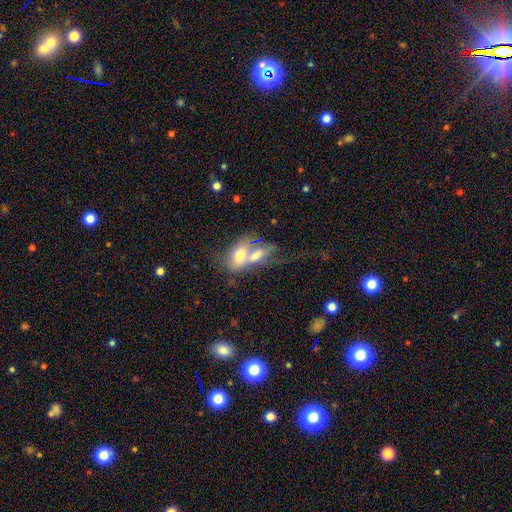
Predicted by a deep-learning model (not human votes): A smooth galaxy with no disk features (61%) that is in between round and cigar-shaped (81%). Merging: merger (76%).